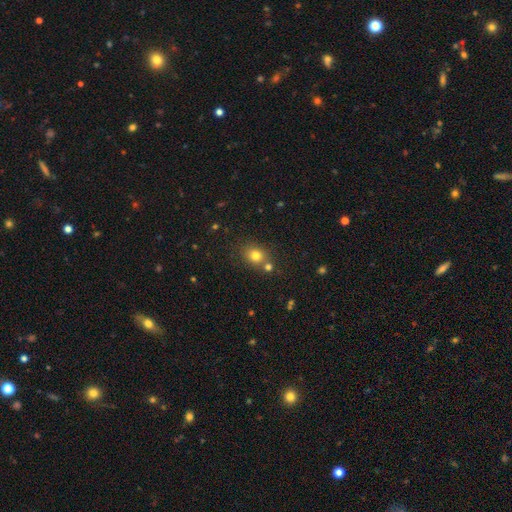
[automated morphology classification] A smooth galaxy with no disk features (77%) that is round (66%).

Vote fractions:
- Smooth or featured? smooth: 77% / star or artifact: 15% / featured or disk: 9%
- How rounded? round: 66% / in between: 33% / cigar-shaped: 1%
- Merging? none: 67% / merger: 19% / minor disturbance: 10% / major disturbance: 3%